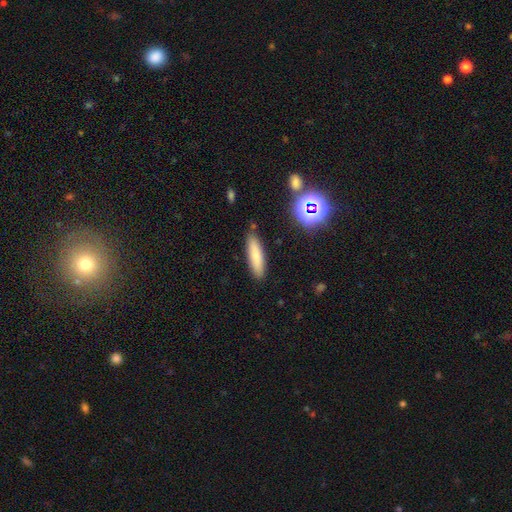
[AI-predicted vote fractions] Smooth or featured? smooth (78%)
How rounded? cigar-shaped (73%)
Merging? none (86%)